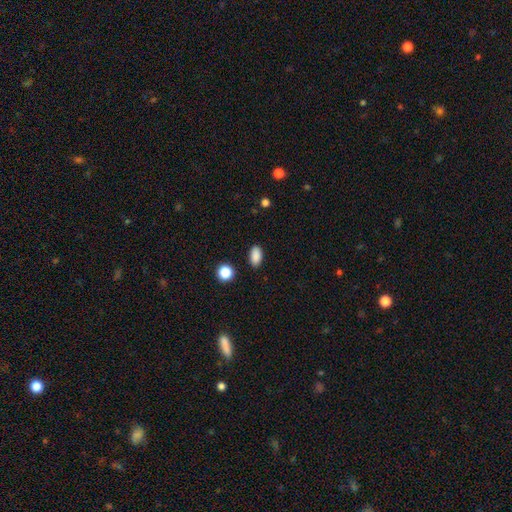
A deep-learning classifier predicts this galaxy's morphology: Smooth or featured?
  - smooth: 88% *
  - star or artifact: 9%
  - featured or disk: 3%
How rounded?
  - in between: 90% *
  - round: 7%
  - cigar-shaped: 3%
Merging?
  - none: 89% *
  - minor disturbance: 7%
  - major disturbance: 2%
  - merger: 1%